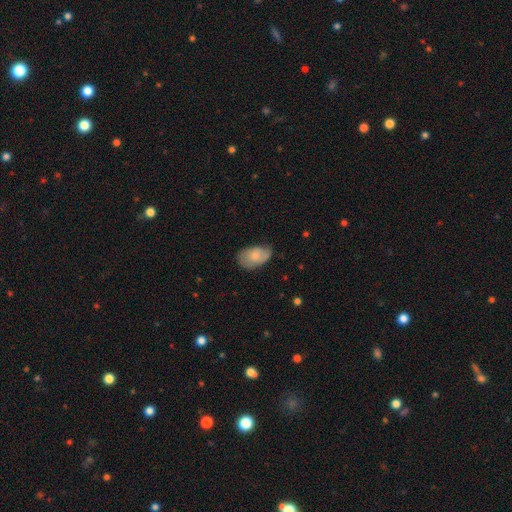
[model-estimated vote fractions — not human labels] Smooth or featured? smooth (63%)
How rounded? in between (90%)
Merging? none (60%)